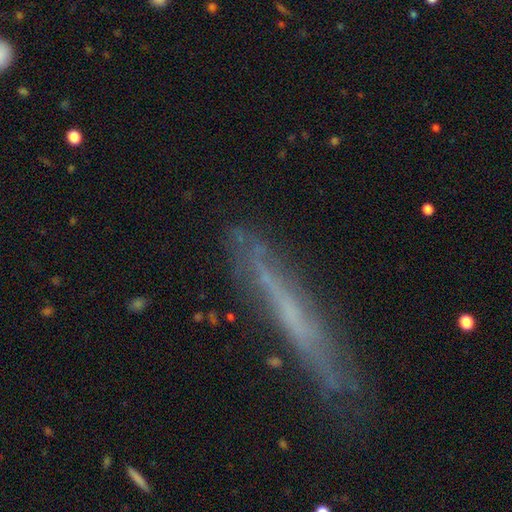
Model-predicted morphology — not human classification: Smooth or featured? Predicted: featured or disk (p=0.57). Edge-on disk? Predicted: yes (p=0.86). Merging? Predicted: none (p=0.73).